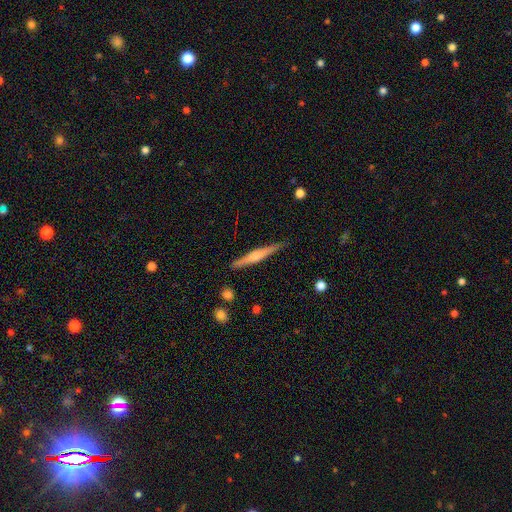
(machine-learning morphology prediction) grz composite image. It shows a featured or disk galaxy (65%) viewed edge-on (98%) with a rounded central bulge (70%). Merging: none (89%).